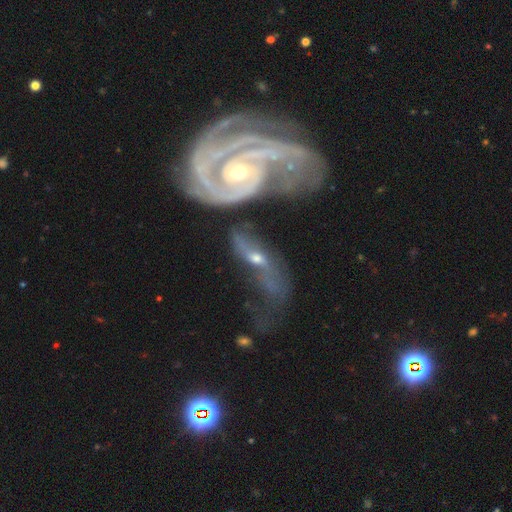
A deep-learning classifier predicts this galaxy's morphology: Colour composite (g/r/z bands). It shows a featured or disk galaxy (83%) with no bar (60%), 2 (37%) tight (50%) spiral arms (90%) and a small central bulge (49%). Merging: merger (51%).